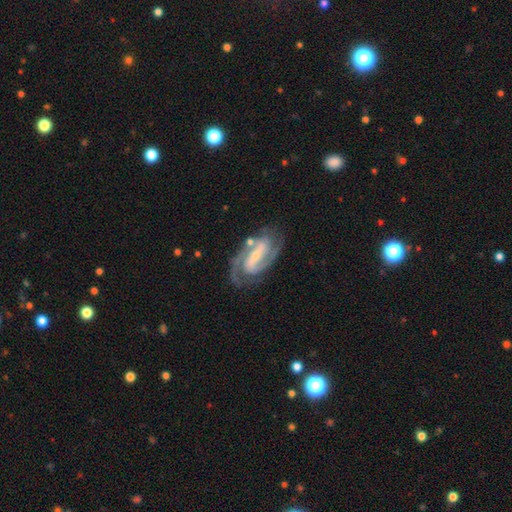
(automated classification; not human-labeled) Q: Smooth or featured?
A: featured or disk (90%); runner-up: smooth (5%)
Q: Edge-on disk?
A: no (96%); runner-up: yes (4%)
Q: Bar?
A: strong (59%); runner-up: weak (28%)
Q: Spiral arms?
A: yes (98%); runner-up: no (2%)
Q: Spiral winding?
A: medium (48%); runner-up: tight (43%)
Q: Spiral arm count?
A: 2 (87%); runner-up: 3 (6%)
Q: Bulge size?
A: small (68%); runner-up: moderate (25%)
Q: Merging?
A: none (77%); runner-up: minor disturbance (14%)